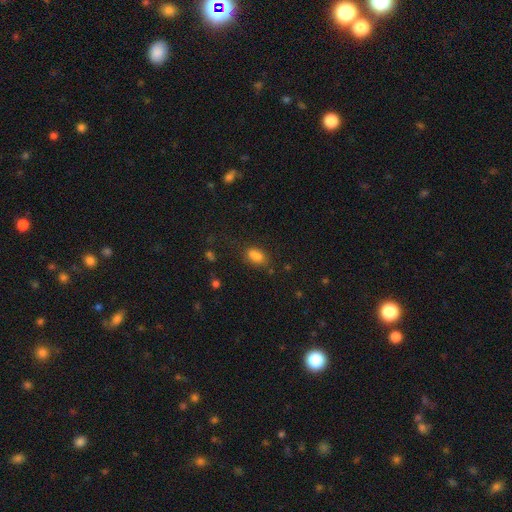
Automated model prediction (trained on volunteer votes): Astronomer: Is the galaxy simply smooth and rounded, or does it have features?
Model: smooth — 76%.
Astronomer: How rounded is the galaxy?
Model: in between — 79%.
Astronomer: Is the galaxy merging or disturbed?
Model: none — 51%.